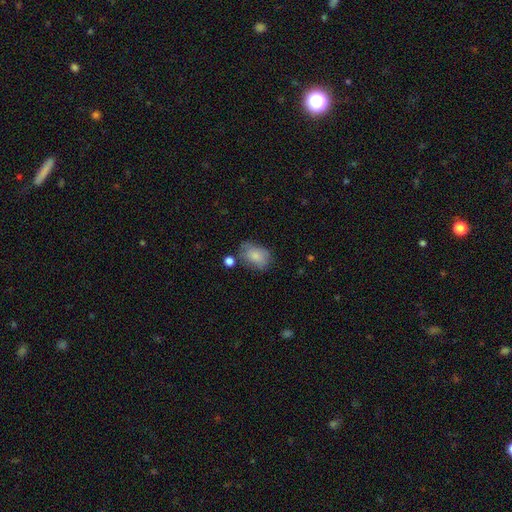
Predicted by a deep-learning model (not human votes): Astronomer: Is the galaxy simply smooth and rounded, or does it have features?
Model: smooth — 79%.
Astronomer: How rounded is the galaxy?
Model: in between — 80%.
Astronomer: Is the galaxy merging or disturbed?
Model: none — 56%.